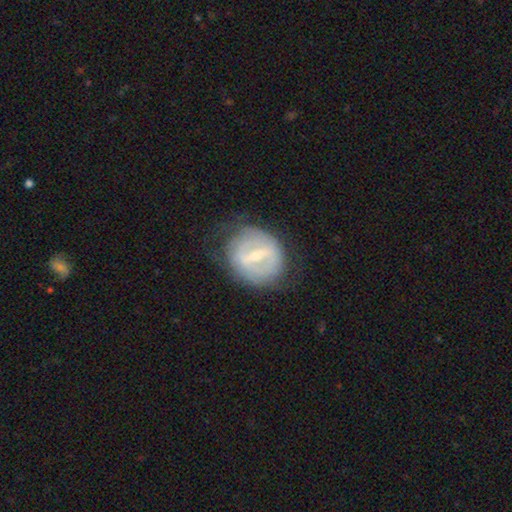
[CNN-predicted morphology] This appears to be a featured or disk galaxy (70%) with a strong bar (58%), no spiral arms (50%, tied with yes) and a small central bulge (56%). Merging: none (67%).